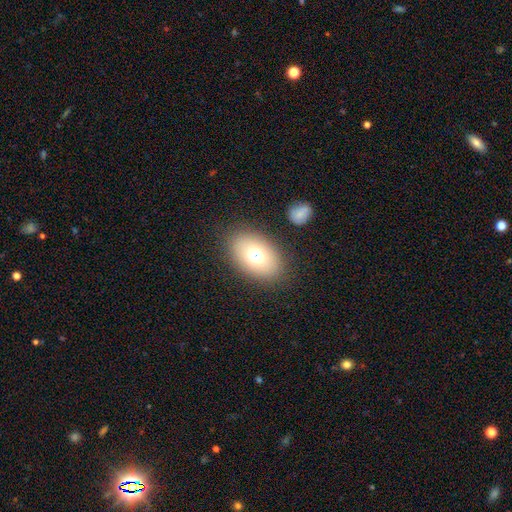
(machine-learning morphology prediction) The model was most divided on "smooth or featured": smooth: 71%, featured or disk: 17%, star or artifact: 12%. More confident: merging — none (81%); how rounded — in between (81%).